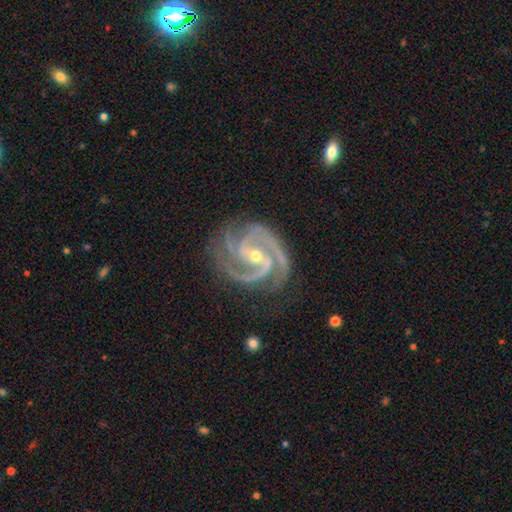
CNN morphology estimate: Smooth or featured?
  - featured or disk: 94% *
  - star or artifact: 4%
  - smooth: 2%
Edge-on disk?
  - no: 98% *
  - yes: 2%
Bar?
  - no: 40% *
  - weak: 35%
  - strong: 25%
Spiral arms?
  - yes: 99% *
  - no: 1%
Spiral winding?
  - tight: 52% *
  - medium: 44%
  - loose: 4%
Spiral arm count?
  - 3: 55% *
  - 2: 28%
  - 4: 6%
  - can't tell: 4%
  - more than 4: 4%
  - 1: 4%
Bulge size?
  - small: 53% *
  - moderate: 45%
  - large: 1%
  - none: 1%
  - dominant: 1%
Merging?
  - none: 75% *
  - minor disturbance: 18%
  - major disturbance: 6%
  - merger: 2%